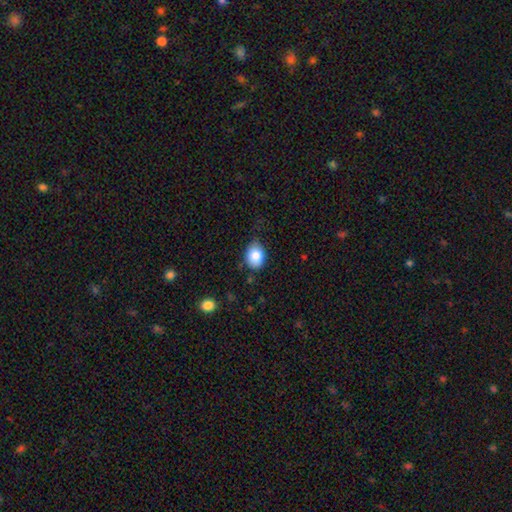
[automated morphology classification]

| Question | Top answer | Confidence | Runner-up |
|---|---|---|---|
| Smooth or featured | smooth | 85% | star or artifact (8%) |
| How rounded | in between | 63% | round (36%) |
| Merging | none | 70% | minor disturbance (23%) |